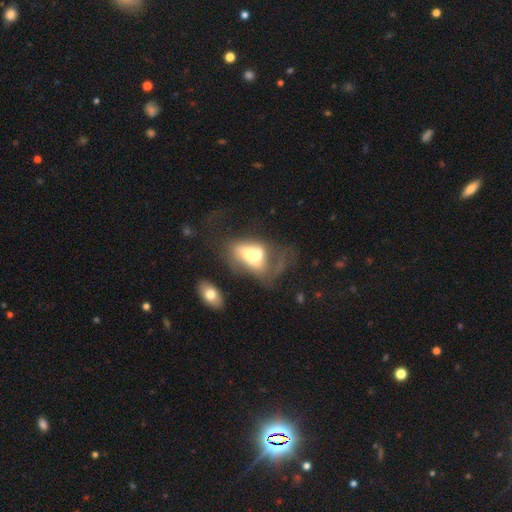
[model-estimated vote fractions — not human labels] Smooth or featured?
  - smooth: 46% *
  - featured or disk: 45%
  - star or artifact: 9%
Merging?
  - merger: 63% *
  - major disturbance: 20%
  - none: 10%
  - minor disturbance: 7%